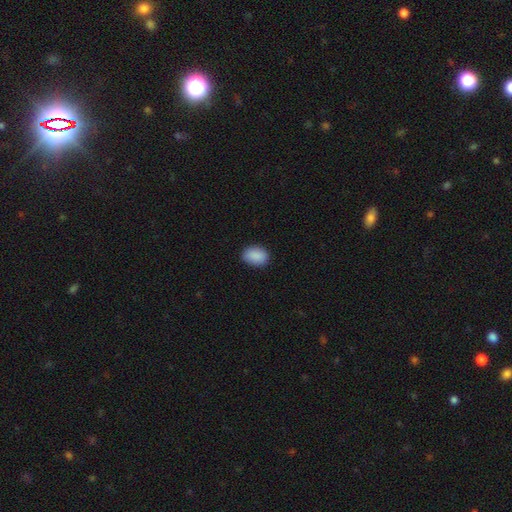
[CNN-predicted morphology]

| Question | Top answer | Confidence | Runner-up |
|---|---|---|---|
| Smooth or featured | smooth | 90% | star or artifact (8%) |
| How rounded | in between | 77% | round (22%) |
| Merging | none | 86% | minor disturbance (11%) |